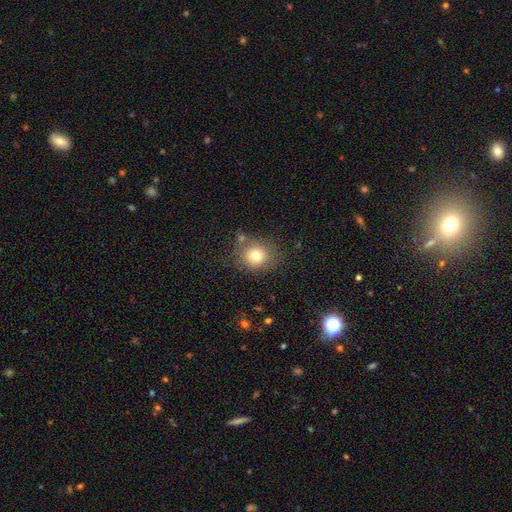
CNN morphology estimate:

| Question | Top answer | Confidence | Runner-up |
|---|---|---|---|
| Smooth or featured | smooth | 77% | star or artifact (12%) |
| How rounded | round | 82% | in between (17%) |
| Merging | none | 74% | minor disturbance (14%) |